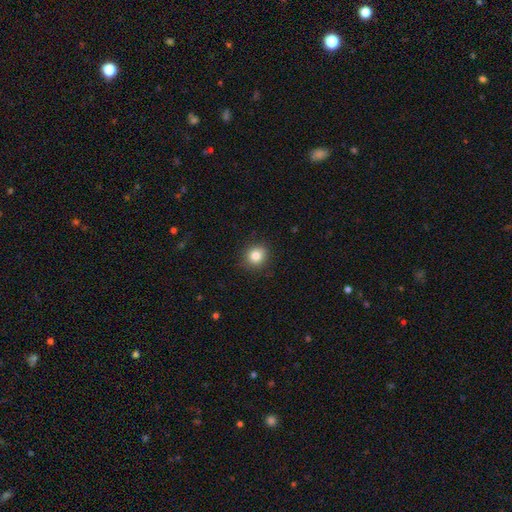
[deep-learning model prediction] This appears to be a smooth galaxy with no disk features (83%) that is round (82%). Merging: none (87%).